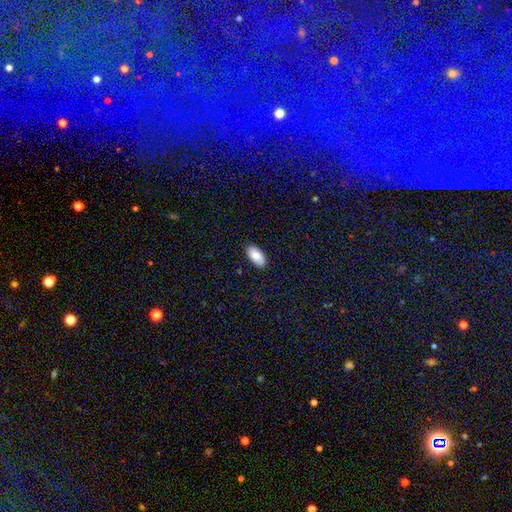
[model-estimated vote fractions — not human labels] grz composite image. It shows a smooth galaxy with no disk features (83%) that is in between round and cigar-shaped (94%). Merging: none (88%).